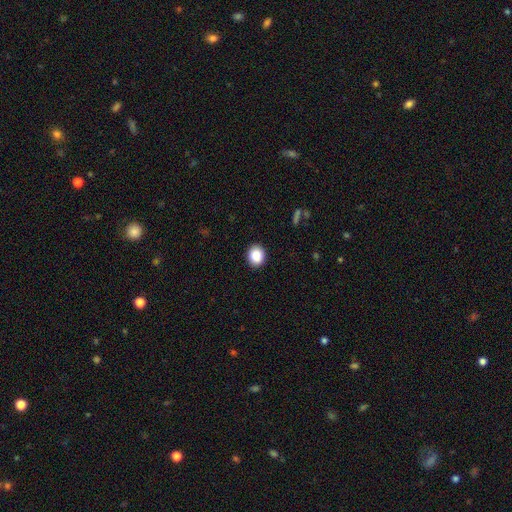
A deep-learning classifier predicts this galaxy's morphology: smooth-or-featured: smooth: 87% | star or artifact: 9% | featured or disk: 4%
  how-rounded: round: 64% | in between: 36% | cigar-shaped: 1%
  merging: none: 91% | minor disturbance: 7% | major disturbance: 2% | merger: 1%